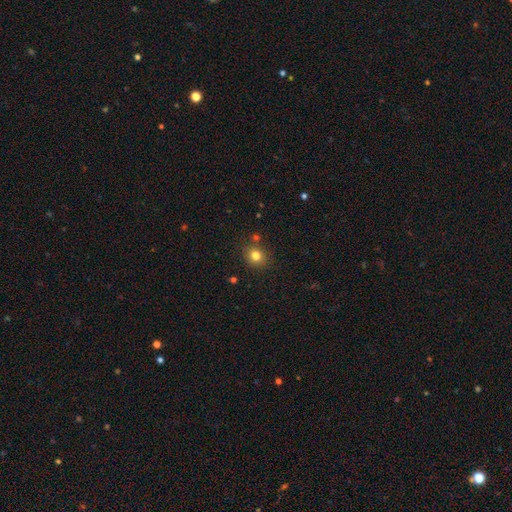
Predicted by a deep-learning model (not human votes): Overall: smooth (79%). How rounded: round (77%). Merging: none (82%).